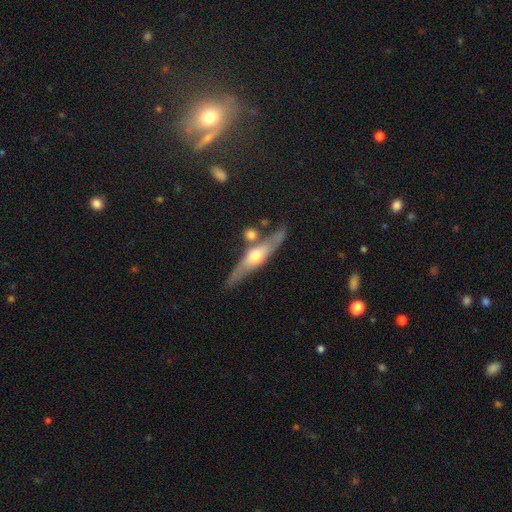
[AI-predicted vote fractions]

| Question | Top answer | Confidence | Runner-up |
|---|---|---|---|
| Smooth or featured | featured or disk | 66% | smooth (28%) |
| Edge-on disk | yes | 89% | no (11%) |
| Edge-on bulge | rounded | 92% | none (4%) |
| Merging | none | 72% | minor disturbance (13%) |